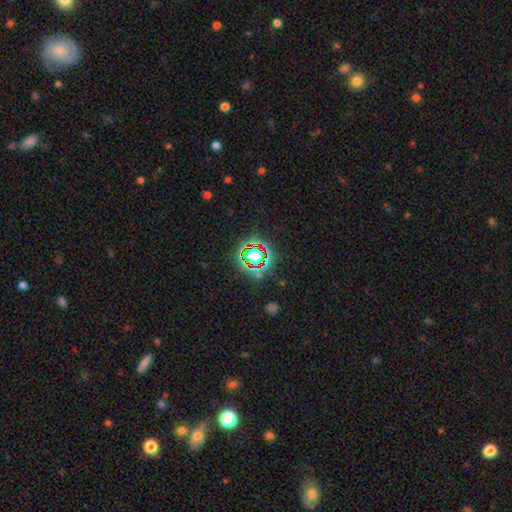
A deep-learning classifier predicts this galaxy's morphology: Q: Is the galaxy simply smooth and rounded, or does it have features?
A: star or artifact — 76%.